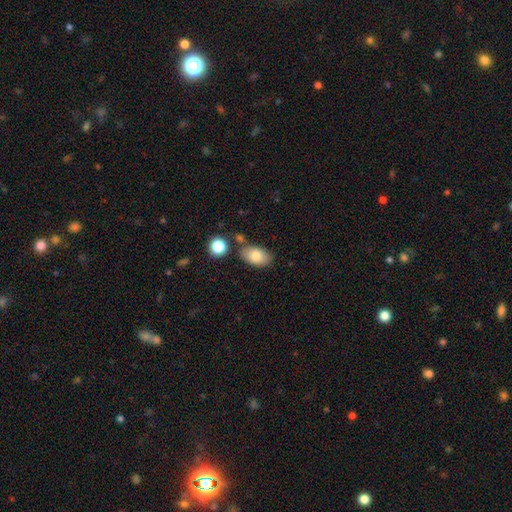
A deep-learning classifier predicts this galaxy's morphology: smooth 81%, featured or disk 11%, star or artifact 8%. Down the decision tree: how rounded — in between (91%); merging — none (72%).